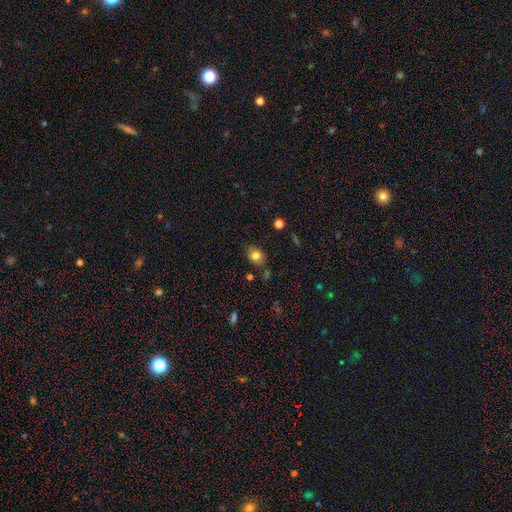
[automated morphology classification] Smooth or featured? Predicted: smooth (p=0.80). How rounded? Predicted: in between (p=0.52). Merging? Predicted: none (p=0.72).